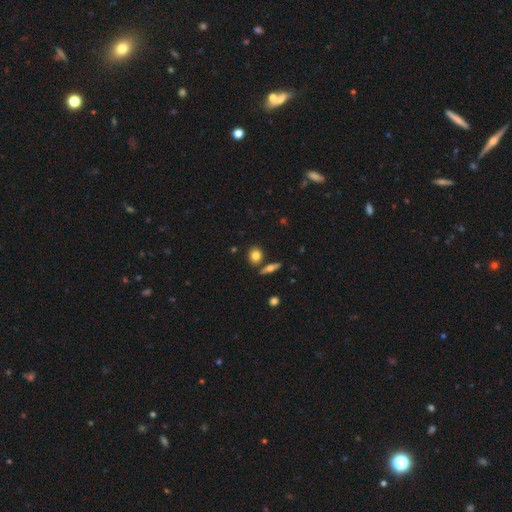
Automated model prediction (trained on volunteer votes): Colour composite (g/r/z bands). It shows a smooth galaxy with no disk features (79%) that is round (53%). Merging: none (76%).